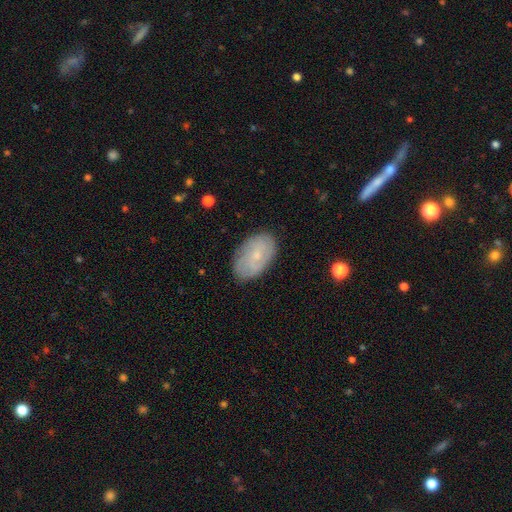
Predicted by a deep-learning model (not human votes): Smooth or featured? smooth (51%)
How rounded? in between (91%)
Merging? none (81%)